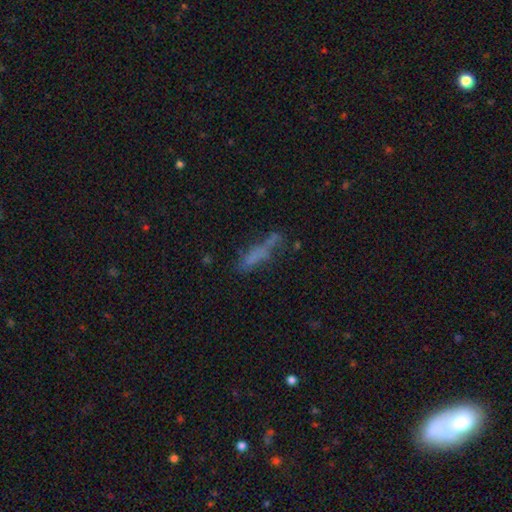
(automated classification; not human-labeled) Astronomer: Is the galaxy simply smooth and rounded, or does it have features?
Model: smooth — 58%.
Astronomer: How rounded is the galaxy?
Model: cigar-shaped — 68%.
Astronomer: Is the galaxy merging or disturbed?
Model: none — 47% (runner-up: minor disturbance, 23%).